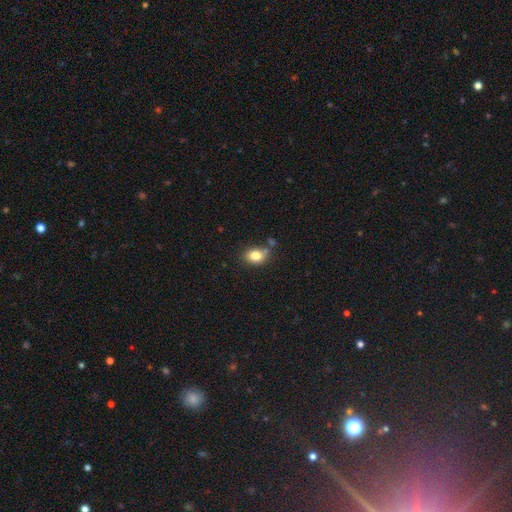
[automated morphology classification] Smooth or featured?
  - smooth: 82% *
  - star or artifact: 10%
  - featured or disk: 9%
How rounded?
  - in between: 66% *
  - round: 33%
  - cigar-shaped: 1%
Merging?
  - none: 64% *
  - minor disturbance: 18%
  - merger: 12%
  - major disturbance: 5%